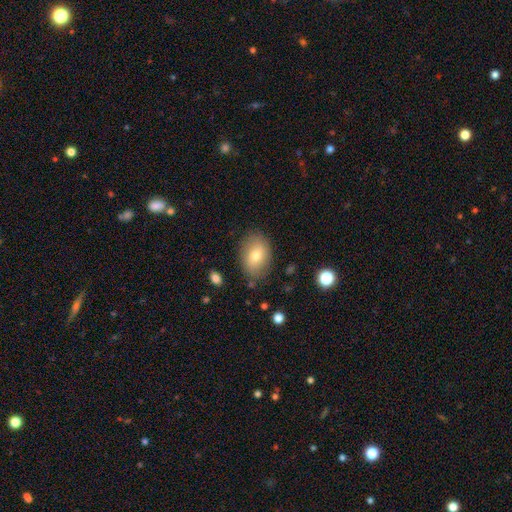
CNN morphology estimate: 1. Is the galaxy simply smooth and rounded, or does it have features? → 74% smooth, 18% featured or disk, 8% star or artifact.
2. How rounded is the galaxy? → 80% in between, 18% round, 1% cigar-shaped.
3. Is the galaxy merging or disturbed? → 81% none, 13% minor disturbance, 4% major disturbance, 2% merger.